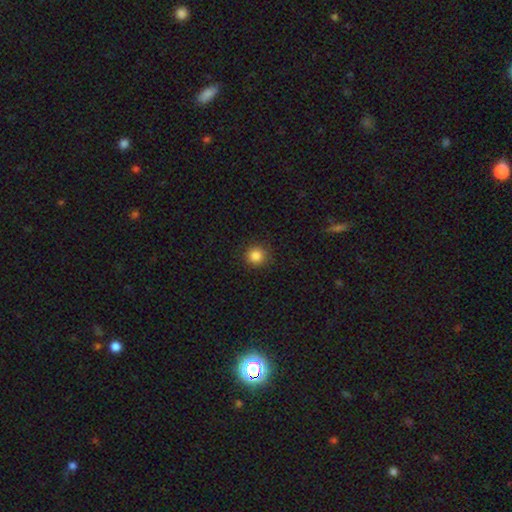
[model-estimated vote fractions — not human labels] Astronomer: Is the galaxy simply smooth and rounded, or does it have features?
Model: smooth — 85%.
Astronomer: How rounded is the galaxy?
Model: round — 93%.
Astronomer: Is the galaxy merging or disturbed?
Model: none — 90%.